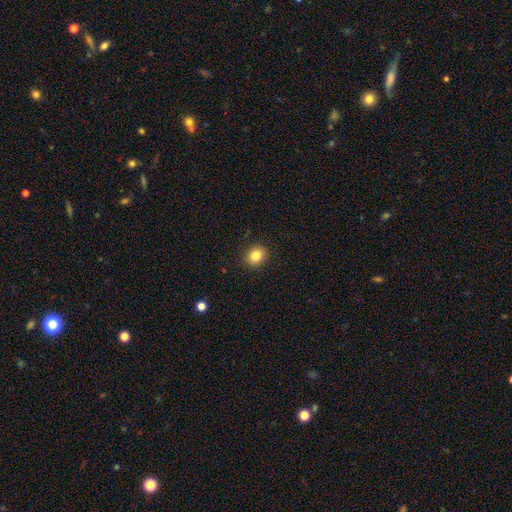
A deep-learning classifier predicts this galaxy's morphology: The model was most divided on "how rounded": round: 61%, in between: 38%, cigar-shaped: 1%. More confident: merging — none (90%); smooth or featured — smooth (84%).